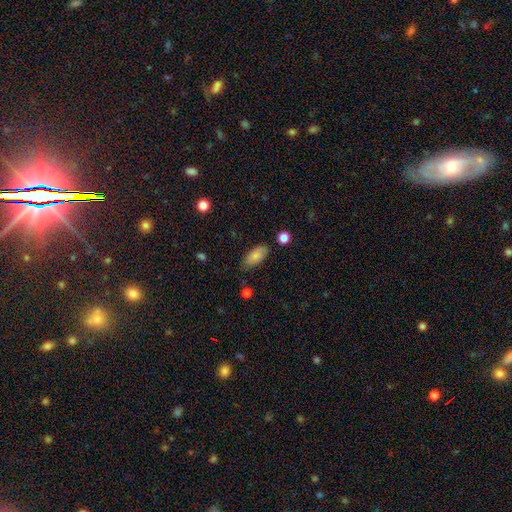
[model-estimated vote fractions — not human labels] The model was most divided on "merging": none: 78%, minor disturbance: 17%, major disturbance: 3%, merger: 2%. More confident: how rounded — in between (88%); smooth or featured — smooth (85%).